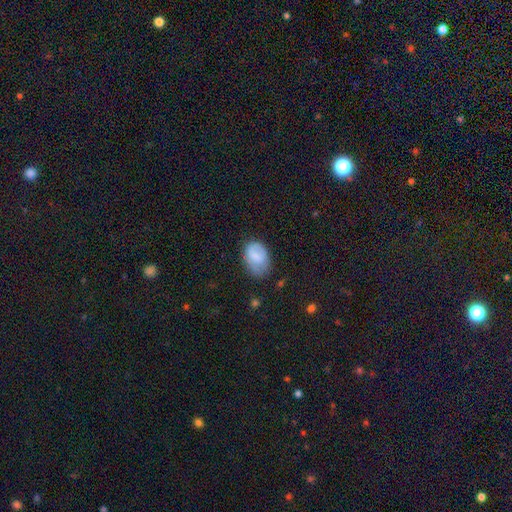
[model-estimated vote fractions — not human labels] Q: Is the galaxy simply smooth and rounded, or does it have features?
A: smooth — 74%.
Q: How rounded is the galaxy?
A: in between — 83%.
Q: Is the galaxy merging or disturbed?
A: none — 58%.